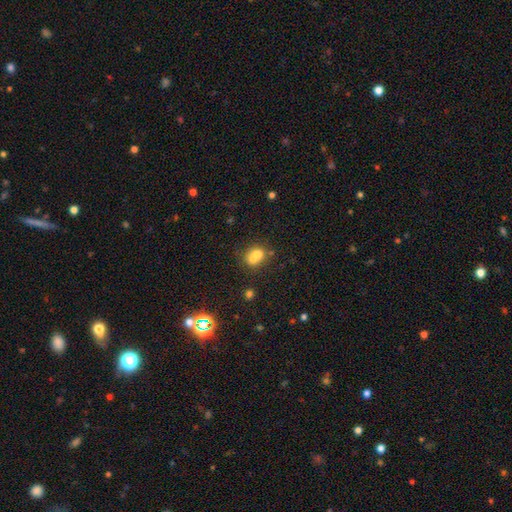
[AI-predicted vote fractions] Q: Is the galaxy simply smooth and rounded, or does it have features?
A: smooth — 66%.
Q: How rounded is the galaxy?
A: round — 66%.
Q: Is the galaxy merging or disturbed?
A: merger — 60%.